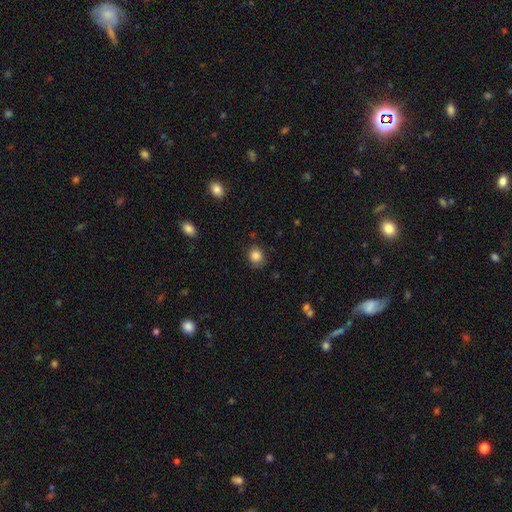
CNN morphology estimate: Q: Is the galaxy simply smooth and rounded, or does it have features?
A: smooth — 85%.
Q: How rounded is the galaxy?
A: round — 70%.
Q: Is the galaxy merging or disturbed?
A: none — 83%.